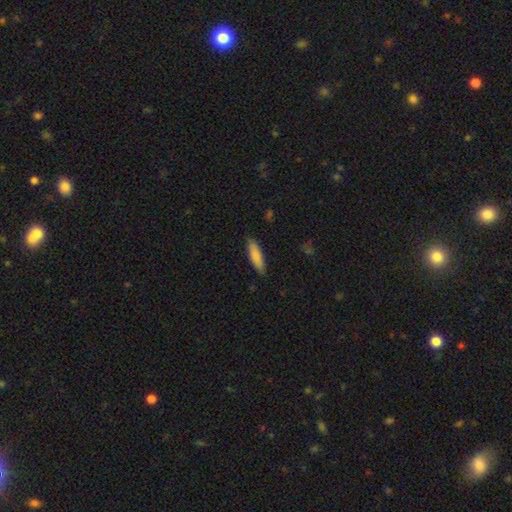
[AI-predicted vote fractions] Q: Smooth or featured?
A: smooth (85%); runner-up: featured or disk (9%)
Q: How rounded?
A: cigar-shaped (59%); runner-up: in between (39%)
Q: Merging?
A: none (85%); runner-up: minor disturbance (12%)